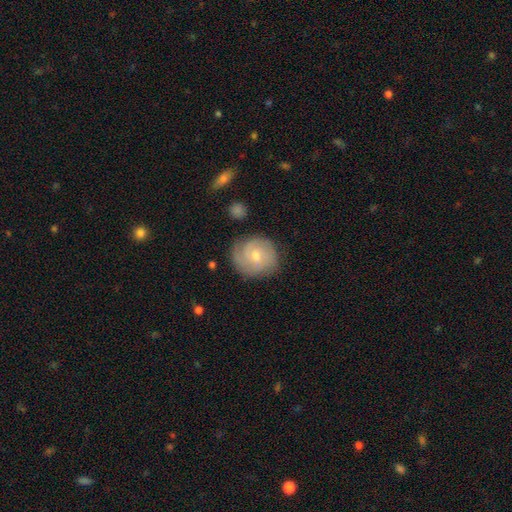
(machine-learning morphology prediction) Smooth or featured?
  - featured or disk: 65% *
  - smooth: 29%
  - star or artifact: 6%
Edge-on disk?
  - no: 98% *
  - yes: 2%
Bar?
  - no: 53% *
  - weak: 42%
  - strong: 5%
Spiral arms?
  - yes: 91% *
  - no: 9%
Spiral winding?
  - tight: 57% *
  - medium: 33%
  - loose: 10%
Spiral arm count?
  - can't tell: 30% *
  - 2: 26%
  - 3: 26%
  - 4: 7%
  - 1: 6%
  - more than 4: 4%
Bulge size?
  - small: 49% *
  - moderate: 47%
  - large: 1%
  - none: 1%
  - dominant: 1%
Merging?
  - none: 75% *
  - minor disturbance: 18%
  - major disturbance: 5%
  - merger: 2%